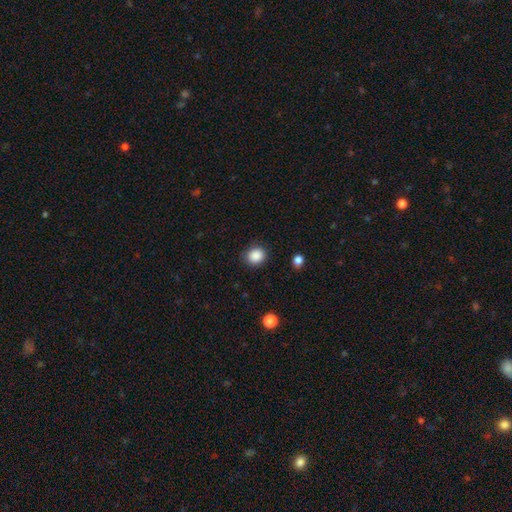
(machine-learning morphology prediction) smooth-or-featured: smooth: 88% | star or artifact: 9% | featured or disk: 3%
  how-rounded: round: 73% | in between: 26% | cigar-shaped: 1%
  merging: none: 84% | minor disturbance: 12% | major disturbance: 3% | merger: 1%